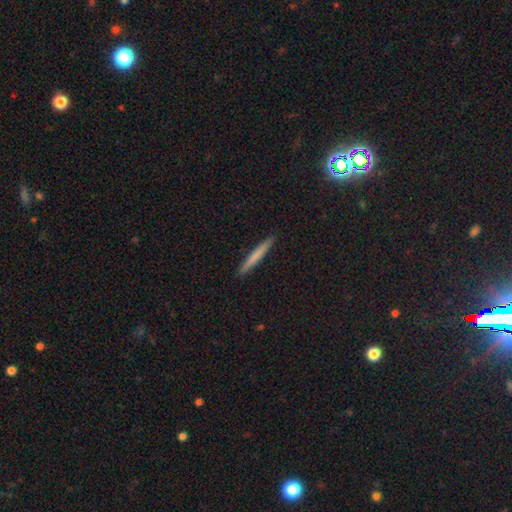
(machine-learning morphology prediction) smooth 69%, featured or disk 25%, star or artifact 6%. Down the decision tree: how rounded — cigar-shaped (97%); merging — none (92%).